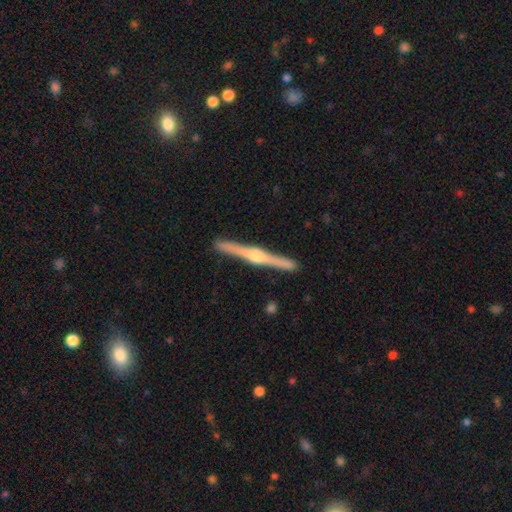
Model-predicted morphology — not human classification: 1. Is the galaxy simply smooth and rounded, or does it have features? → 82% featured or disk, 13% smooth, 5% star or artifact.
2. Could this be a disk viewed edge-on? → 99% yes, 1% no.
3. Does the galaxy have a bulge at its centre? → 89% rounded, 7% boxy, 4% none.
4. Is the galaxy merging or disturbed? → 92% none, 6% minor disturbance, 1% major disturbance, 1% merger.